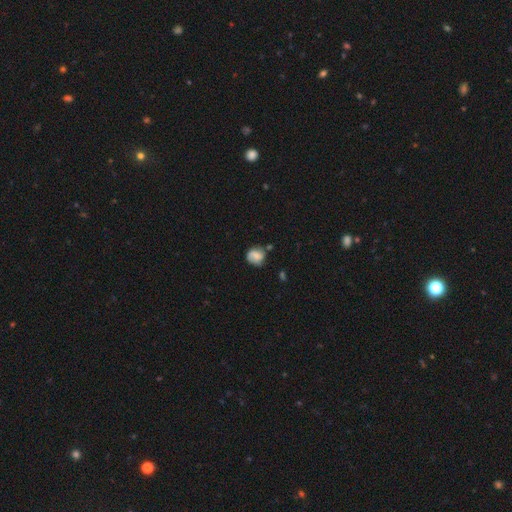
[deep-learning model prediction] A smooth galaxy with no disk features (57%) that is round (73%).

Vote fractions:
- Smooth or featured? smooth: 57% / featured or disk: 34% / star or artifact: 9%
- How rounded? round: 73% / in between: 26% / cigar-shaped: 1%
- Merging? none: 60% / minor disturbance: 26% / major disturbance: 8% / merger: 6%